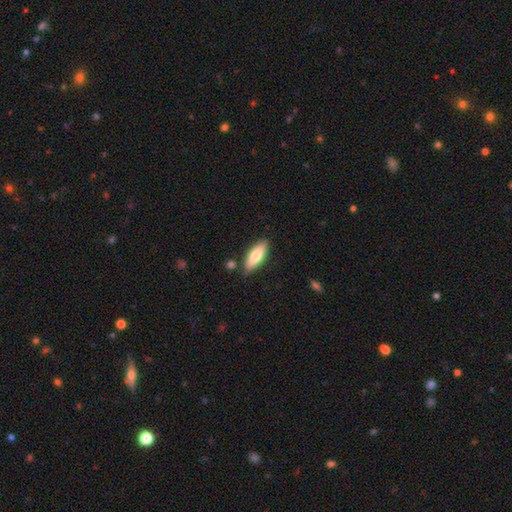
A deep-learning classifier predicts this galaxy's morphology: Smooth or featured?
  - smooth: 74% *
  - featured or disk: 20%
  - star or artifact: 6%
How rounded?
  - in between: 63% *
  - cigar-shaped: 35%
  - round: 2%
Merging?
  - none: 82% *
  - minor disturbance: 12%
  - merger: 4%
  - major disturbance: 2%